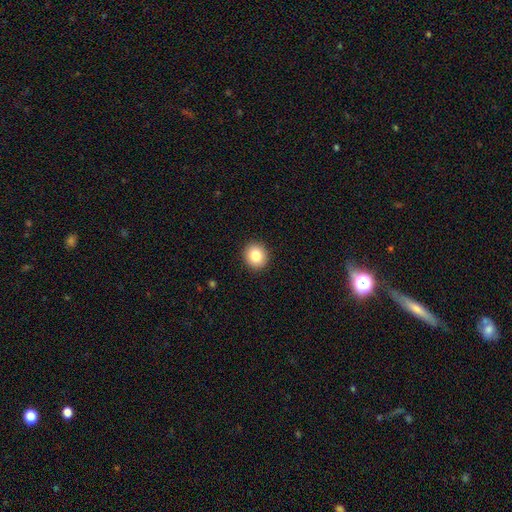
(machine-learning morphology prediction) smooth 84%, star or artifact 9%, featured or disk 7%. Down the decision tree: how rounded — round (86%); merging — none (92%).